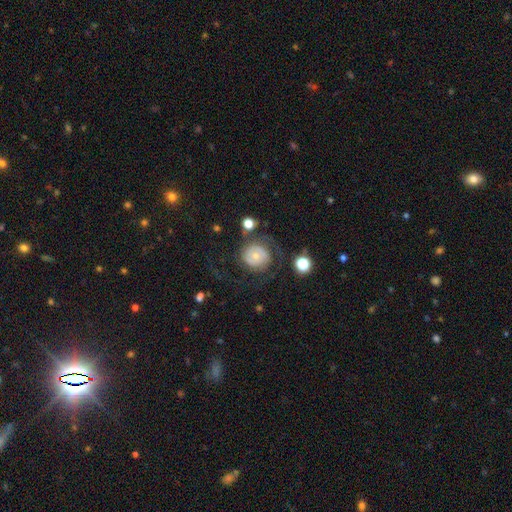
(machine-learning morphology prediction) type=featured or disk (46%); merging=none (57%).